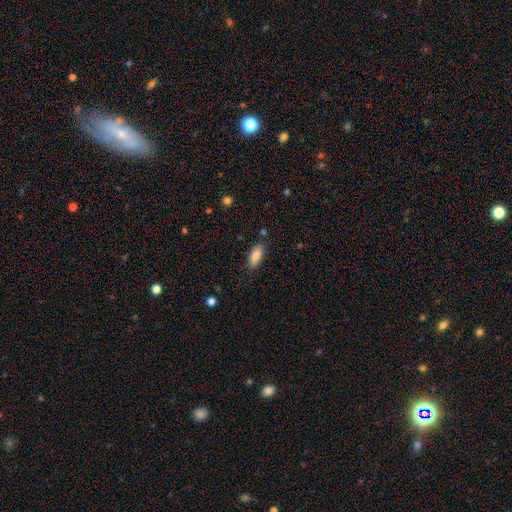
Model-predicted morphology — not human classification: Overall: smooth (85%). How rounded: in between (82%). Merging: none (82%).